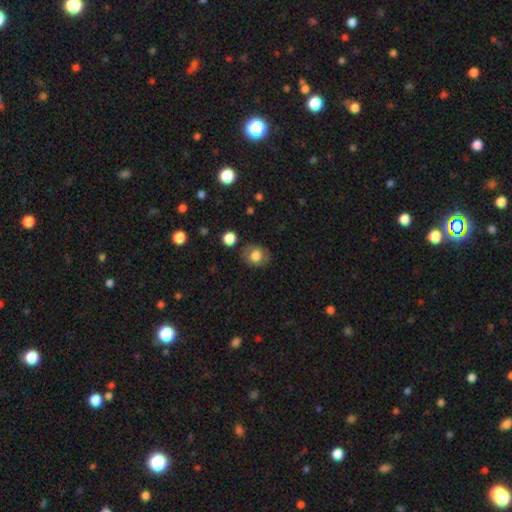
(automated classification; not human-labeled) Smooth or featured?
  - smooth: 73% *
  - featured or disk: 18%
  - star or artifact: 9%
How rounded?
  - round: 60% *
  - in between: 39%
  - cigar-shaped: 1%
Merging?
  - none: 82% *
  - minor disturbance: 13%
  - major disturbance: 4%
  - merger: 2%